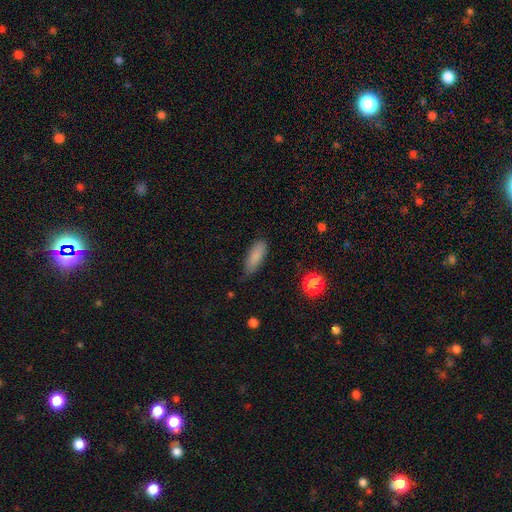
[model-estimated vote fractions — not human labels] Overall: smooth (86%). How rounded: in between (66%; cigar-shaped 32%). Merging: none (77%).